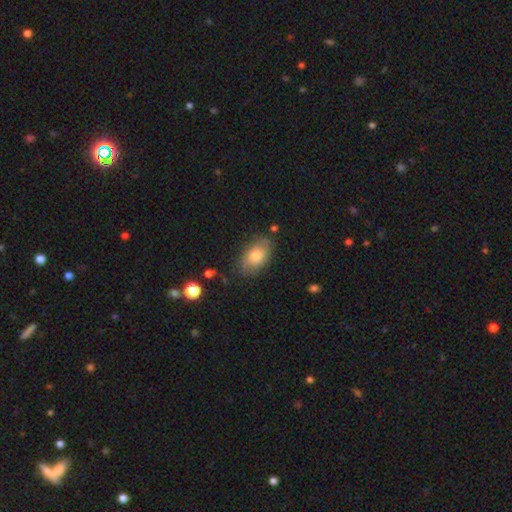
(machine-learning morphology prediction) A smooth galaxy with no disk features (75%) that is in between round and cigar-shaped (91%). Merging: none (77%).